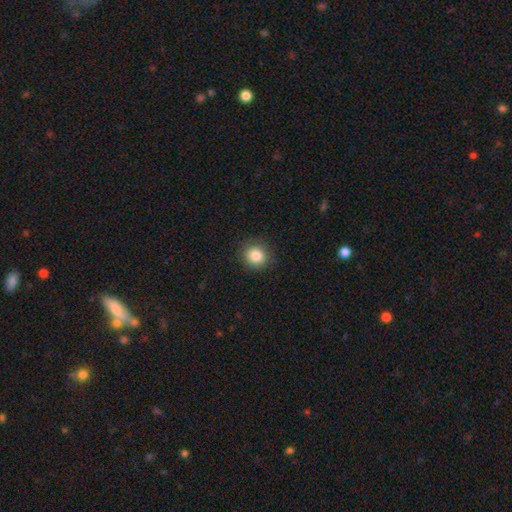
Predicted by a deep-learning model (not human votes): Smooth or featured: smooth — 84% (star or artifact — 10%)
How rounded: round — 86% (in between — 13%)
Merging: none — 88% (minor disturbance — 8%)